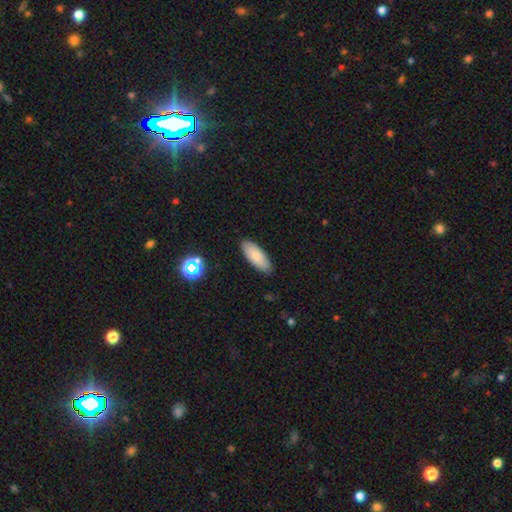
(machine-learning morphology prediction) Smooth or featured: smooth — 80% (featured or disk — 12%)
How rounded: in between — 76% (cigar-shaped — 22%)
Merging: none — 88% (minor disturbance — 9%)